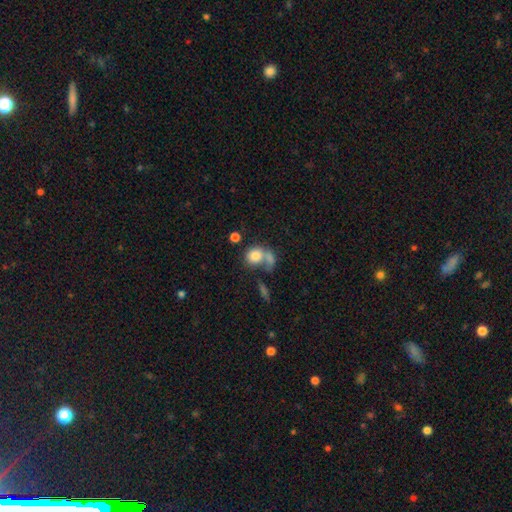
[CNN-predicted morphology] Smooth or featured? Predicted: smooth (p=0.79). How rounded? Predicted: round (p=0.65). Merging? Predicted: merger (p=0.48).